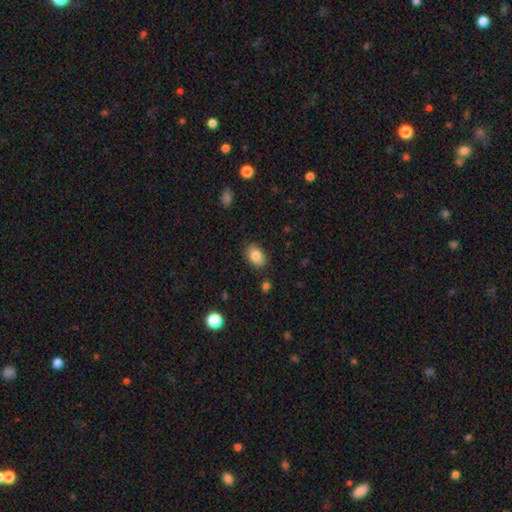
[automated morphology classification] A smooth galaxy with no disk features (84%) that is in between round and cigar-shaped (87%).

Vote fractions:
- Smooth or featured? smooth: 84% / featured or disk: 8% / star or artifact: 8%
- How rounded? in between: 87% / round: 12% / cigar-shaped: 1%
- Merging? none: 85% / minor disturbance: 10% / major disturbance: 2% / merger: 2%